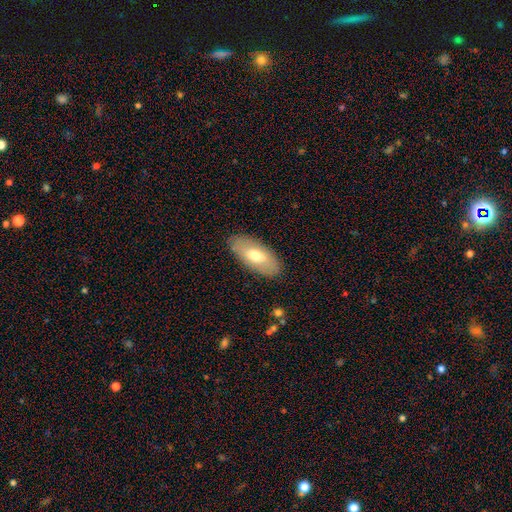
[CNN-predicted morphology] smooth_or_featured: smooth (p=0.64) [alt: featured or disk p=0.30]
how_rounded: in between (p=0.89) [alt: cigar-shaped p=0.08]
merging: none (p=0.86) [alt: minor disturbance p=0.11]